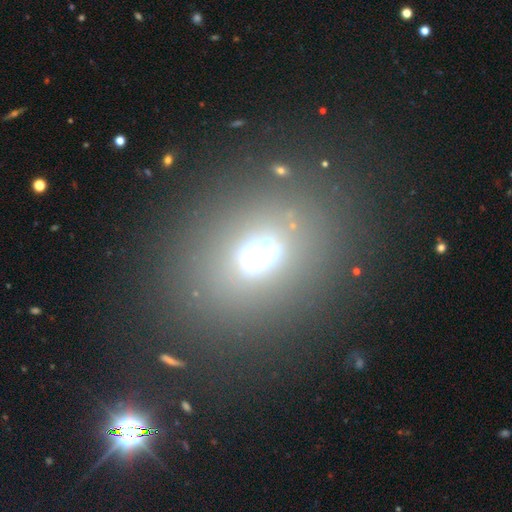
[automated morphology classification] Overall: smooth (45%; star or artifact 30%). Merging: none (69%).